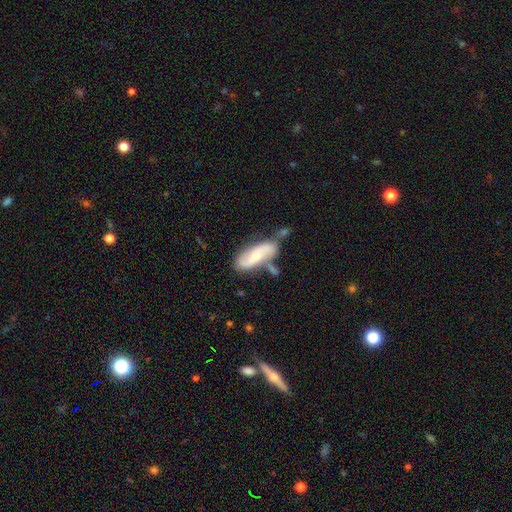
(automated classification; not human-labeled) Smooth or featured? Predicted: featured or disk (p=0.62). Edge-on disk? Predicted: no (p=0.87). Bar? Predicted: no (p=0.43). Spiral arms? Predicted: yes (p=0.88). Bulge size? Predicted: moderate (p=0.53). Merging? Predicted: none (p=0.48).